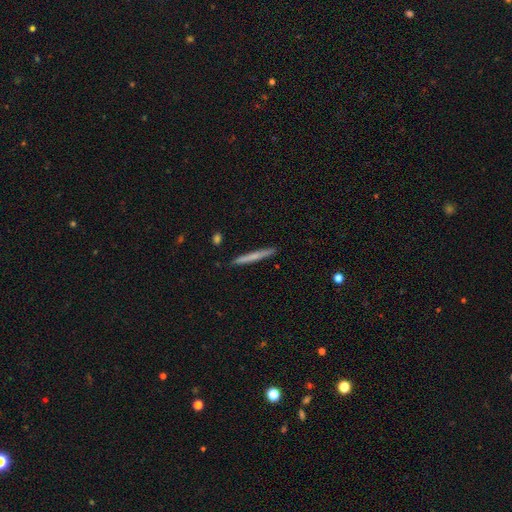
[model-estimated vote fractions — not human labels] Smooth or featured? smooth (58%)
How rounded? cigar-shaped (97%)
Merging? none (91%)